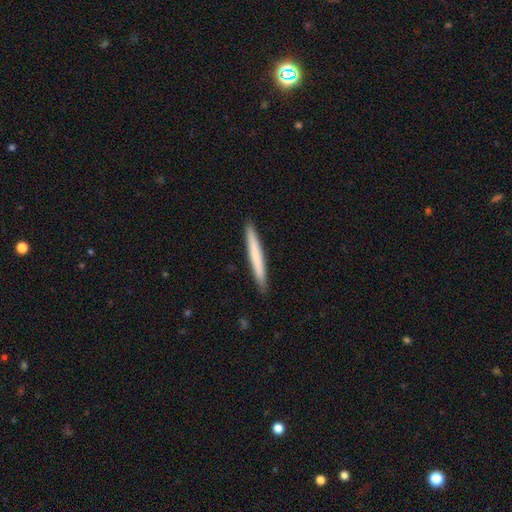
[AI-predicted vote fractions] smooth 68%, featured or disk 27%, star or artifact 5%. Down the decision tree: how rounded — cigar-shaped (97%); merging — none (91%).